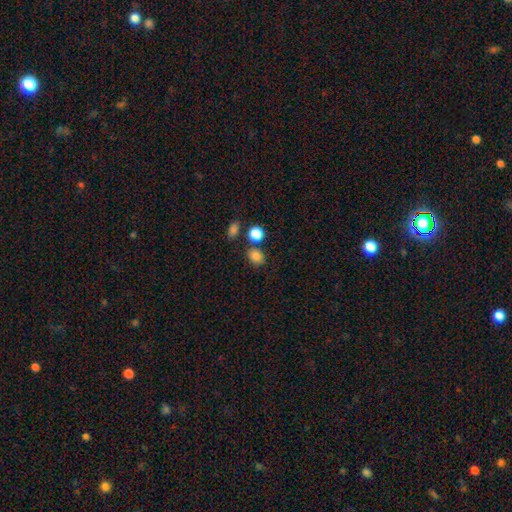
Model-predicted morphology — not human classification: A smooth galaxy with no disk features (84%) that is round (65%).

Vote fractions:
- Smooth or featured? smooth: 84% / star or artifact: 12% / featured or disk: 4%
- How rounded? round: 65% / in between: 34% / cigar-shaped: 1%
- Merging? none: 74% / merger: 12% / minor disturbance: 11% / major disturbance: 3%